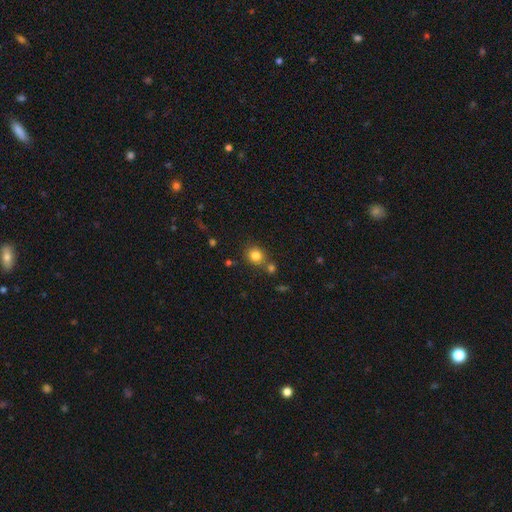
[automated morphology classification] Smooth or featured? smooth (82%)
How rounded? round (79%)
Merging? none (68%)